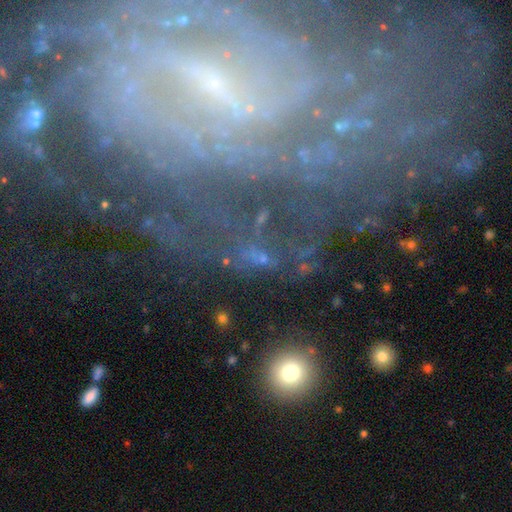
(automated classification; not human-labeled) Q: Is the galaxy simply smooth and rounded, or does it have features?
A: star or artifact — 49%.